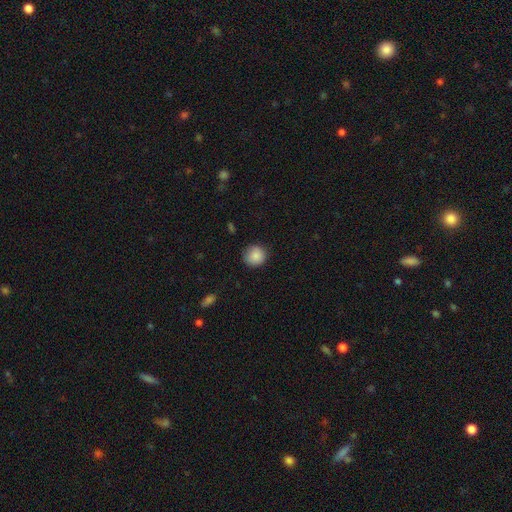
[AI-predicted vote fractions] This appears to be a smooth galaxy with no disk features (87%) that is round (91%). Merging: none (85%).